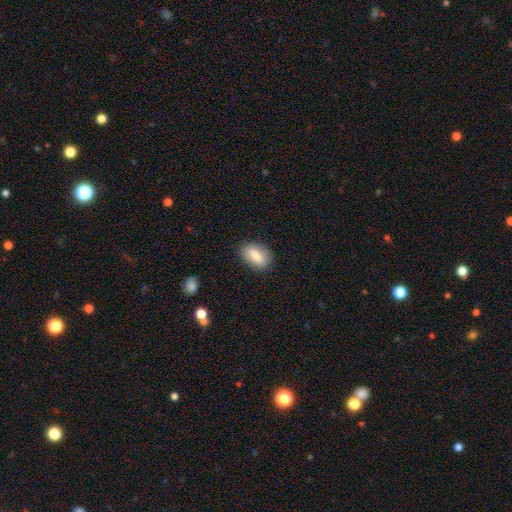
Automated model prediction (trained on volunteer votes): Smooth or featured?
  - smooth: 81% *
  - featured or disk: 12%
  - star or artifact: 7%
How rounded?
  - in between: 87% *
  - round: 7%
  - cigar-shaped: 6%
Merging?
  - none: 84% *
  - minor disturbance: 12%
  - major disturbance: 3%
  - merger: 1%